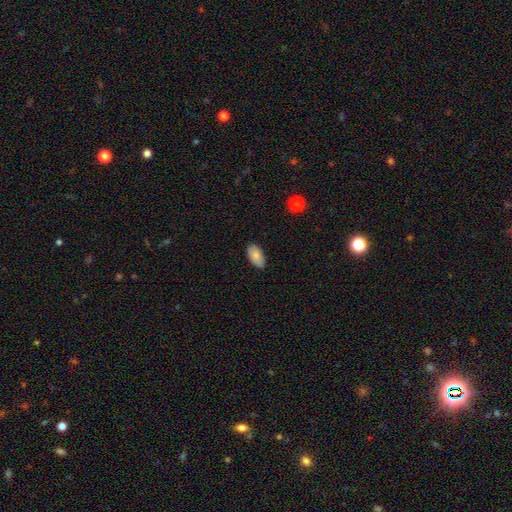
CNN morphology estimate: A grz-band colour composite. It shows a smooth galaxy with no disk features (84%) that is in between round and cigar-shaped (95%). Merging: none (84%).